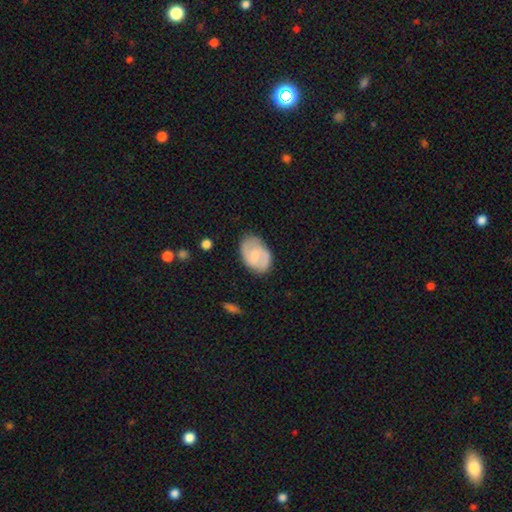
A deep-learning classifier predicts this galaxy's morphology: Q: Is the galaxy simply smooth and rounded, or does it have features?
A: featured or disk — 58%.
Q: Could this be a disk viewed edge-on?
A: no — 97%.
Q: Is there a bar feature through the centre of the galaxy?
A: weak — 48%.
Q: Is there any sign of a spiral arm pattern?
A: yes — 89%.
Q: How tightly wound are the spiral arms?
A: medium — 49%.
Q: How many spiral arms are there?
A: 2 — 85%.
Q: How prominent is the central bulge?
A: none — 38%.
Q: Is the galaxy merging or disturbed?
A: none — 79%.